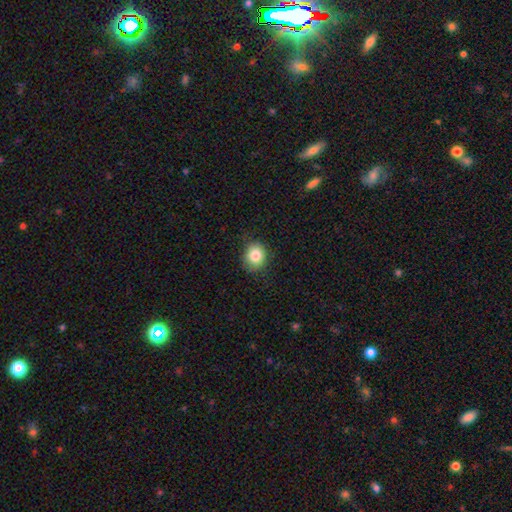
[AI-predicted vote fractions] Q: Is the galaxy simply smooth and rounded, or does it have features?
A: smooth — 85%.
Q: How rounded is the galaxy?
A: round — 72%.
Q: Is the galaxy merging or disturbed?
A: none — 81%.